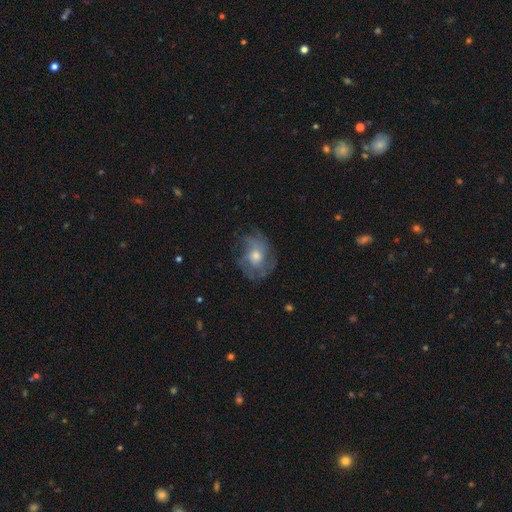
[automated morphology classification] The model was most divided on "spiral winding": medium: 42%, tight: 36%, loose: 23%. Remaining: edge-on disk — no (97%); spiral arms — yes (80%); bar — no (79%); smooth or featured — featured or disk (67%); bulge size — moderate (65%); merging — none (65%); spiral arm count — can't tell (37%).